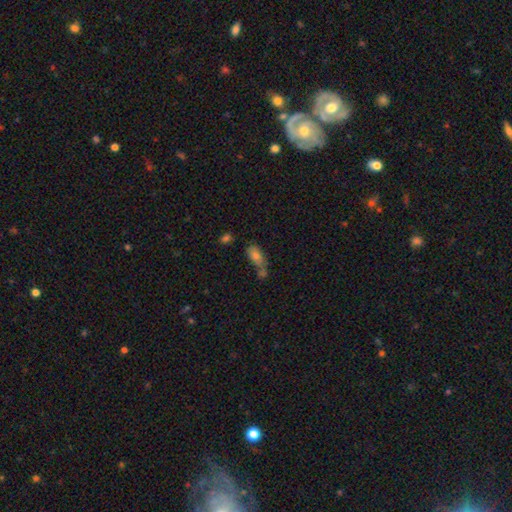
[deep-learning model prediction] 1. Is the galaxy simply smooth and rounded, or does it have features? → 75% smooth, 14% featured or disk, 11% star or artifact.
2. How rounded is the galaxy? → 85% in between, 9% cigar-shaped, 6% round.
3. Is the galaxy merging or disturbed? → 41% none, 37% merger, 15% minor disturbance, 7% major disturbance.